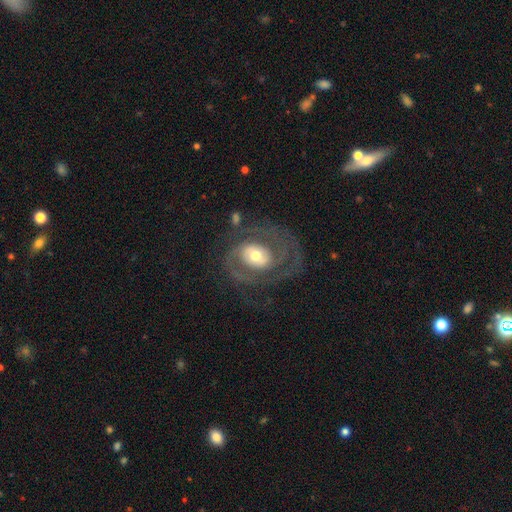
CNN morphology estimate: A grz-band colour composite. It shows a featured or disk galaxy (84%) with no bar (53%), 2 (64%) medium (43%) spiral arms (92%) and a moderate central bulge (65%). Merging: none (63%).